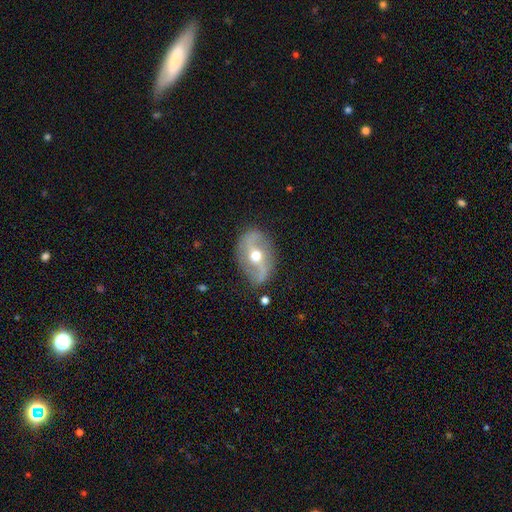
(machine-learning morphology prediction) smooth_or_featured: featured or disk (p=0.79) [alt: smooth p=0.15]
disk_edge_on: no (p=0.94) [alt: yes p=0.06]
bar: weak (p=0.36) [alt: no p=0.32]
has_spiral_arms: yes (p=0.80) [alt: no p=0.20]
spiral_winding: loose (p=0.61) [alt: medium p=0.29]
spiral_arm_count: 2 (p=0.91) [alt: can't tell p=0.04]
bulge_size: moderate (p=0.78) [alt: small p=0.13]
merging: none (p=0.81) [alt: minor disturbance p=0.12]